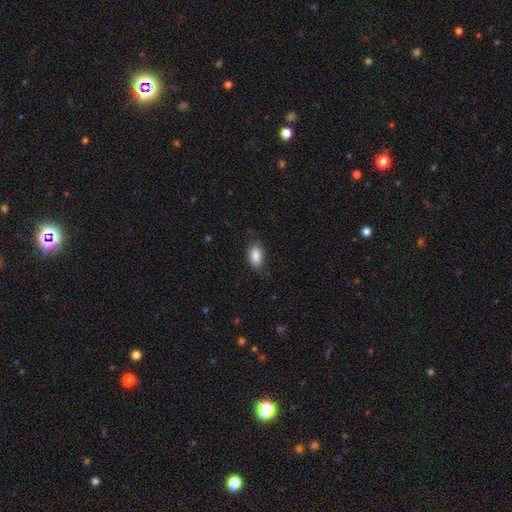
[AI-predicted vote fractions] A smooth galaxy with no disk features (87%) that is in between round and cigar-shaped (90%).

Vote fractions:
- Smooth or featured? smooth: 87% / star or artifact: 7% / featured or disk: 6%
- How rounded? in between: 90% / cigar-shaped: 6% / round: 4%
- Merging? none: 75% / minor disturbance: 19% / major disturbance: 4% / merger: 1%